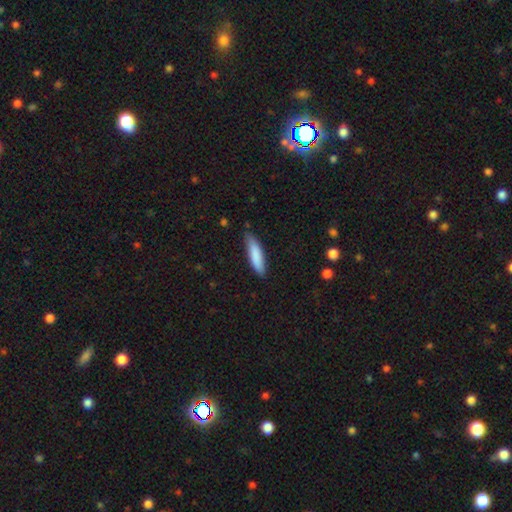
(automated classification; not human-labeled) smooth 84%, featured or disk 10%, star or artifact 5%. Down the decision tree: how rounded — cigar-shaped (71%); merging — none (79%).